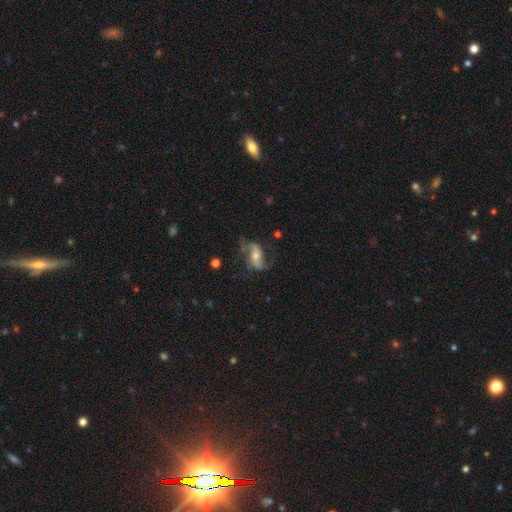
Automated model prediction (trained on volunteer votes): Q: Smooth or featured?
A: featured or disk (81%); runner-up: smooth (12%)
Q: Edge-on disk?
A: no (95%); runner-up: yes (5%)
Q: Bar?
A: no (38%); runner-up: weak (32%)
Q: Spiral arms?
A: yes (93%); runner-up: no (7%)
Q: Spiral winding?
A: loose (60%); runner-up: medium (30%)
Q: Spiral arm count?
A: 2 (89%); runner-up: can't tell (4%)
Q: Bulge size?
A: moderate (53%); runner-up: small (41%)
Q: Merging?
A: none (65%); runner-up: minor disturbance (19%)